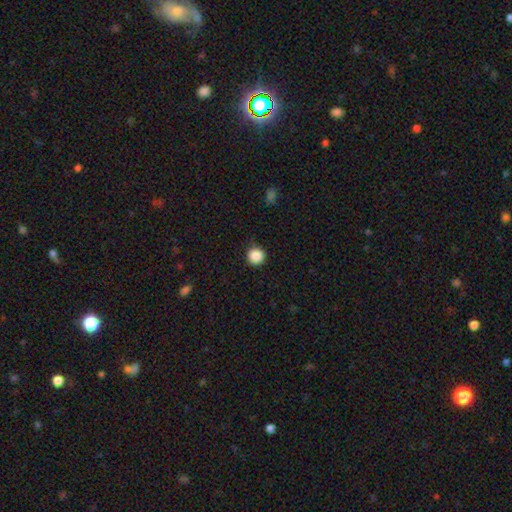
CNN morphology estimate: Overall: smooth (87%). How rounded: round (95%). Merging: none (87%).